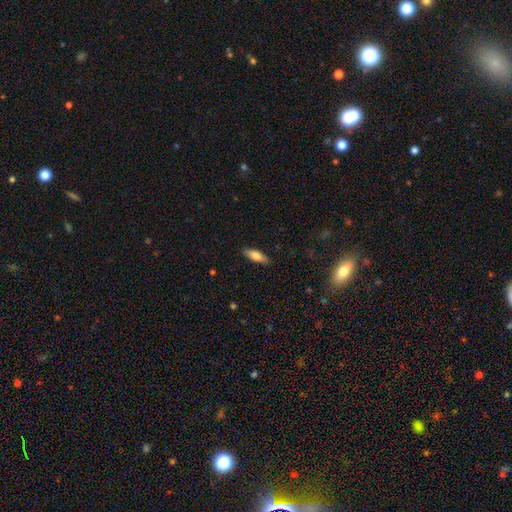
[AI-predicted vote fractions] A smooth galaxy with no disk features (74%) that is in between round and cigar-shaped (58%). Merging: none (87%).